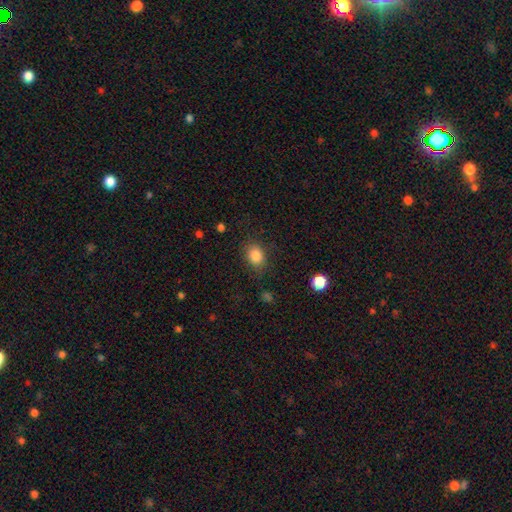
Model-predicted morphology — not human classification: smooth_or_featured: smooth (p=0.85) [alt: star or artifact p=0.10]
how_rounded: in between (p=0.57) [alt: round p=0.42]
merging: none (p=0.81) [alt: minor disturbance p=0.13]